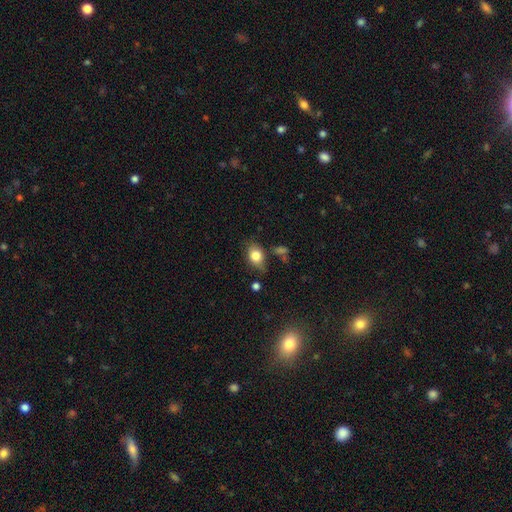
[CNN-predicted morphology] A smooth galaxy with no disk features (79%) that is in between round and cigar-shaped (75%). Merging: none (66%).